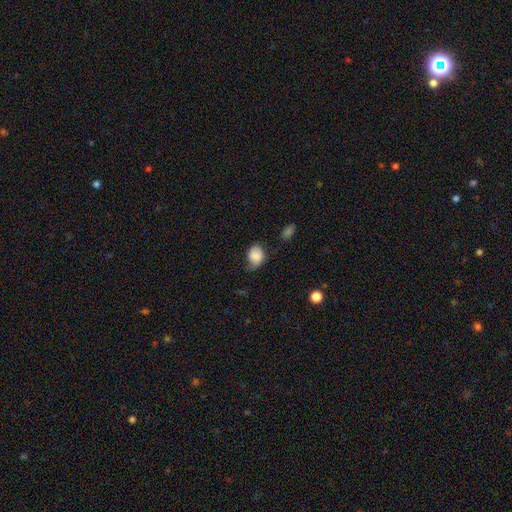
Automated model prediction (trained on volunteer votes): Overall: smooth (82%). How rounded: in between (61%; round 38%). Merging: none (47%; minor disturbance 38%).